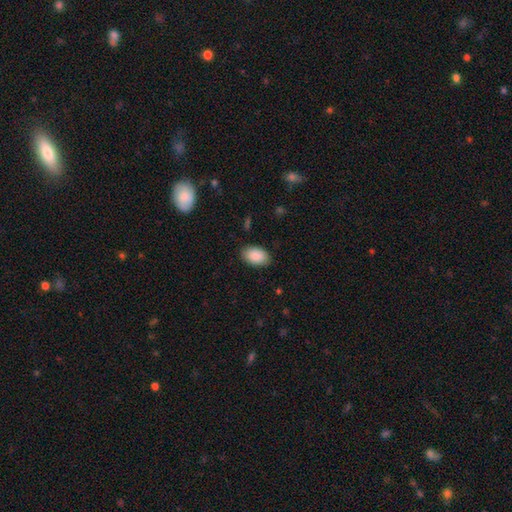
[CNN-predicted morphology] Smooth or featured? Predicted: smooth (p=0.89). How rounded? Predicted: in between (p=0.92). Merging? Predicted: none (p=0.86).